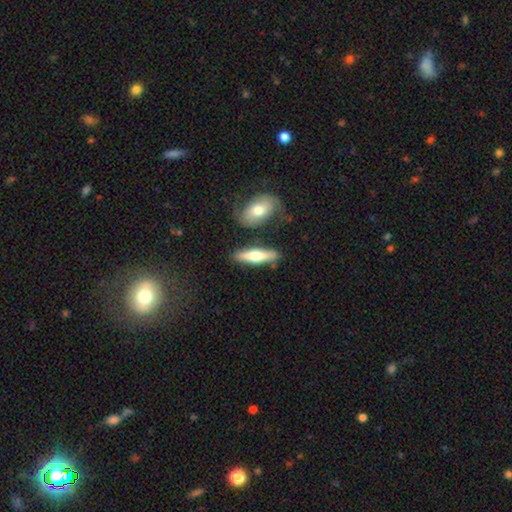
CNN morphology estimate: Smooth or featured: smooth — 50% (featured or disk — 44%)
How rounded: cigar-shaped — 70% (in between — 28%)
Merging: none — 79% (minor disturbance — 11%)